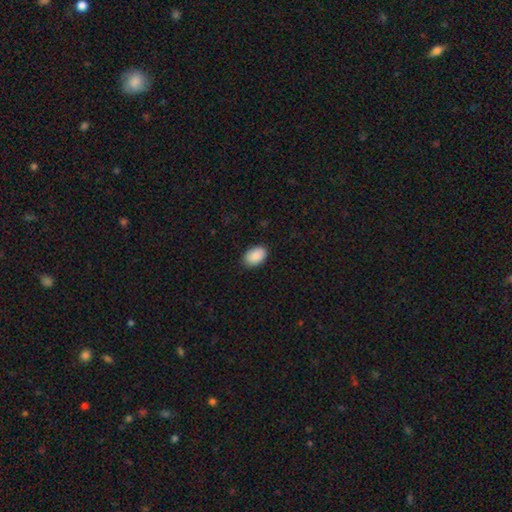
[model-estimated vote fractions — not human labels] A smooth galaxy with no disk features (90%) that is in between round and cigar-shaped (89%).

Vote fractions:
- Smooth or featured? smooth: 90% / star or artifact: 6% / featured or disk: 4%
- How rounded? in between: 89% / round: 10% / cigar-shaped: 1%
- Merging? none: 87% / minor disturbance: 10% / major disturbance: 2% / merger: 1%